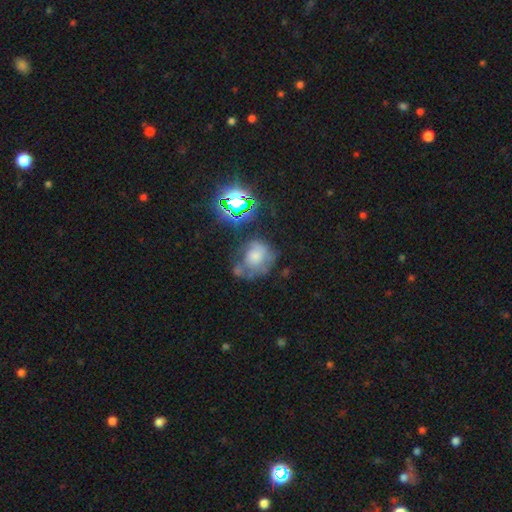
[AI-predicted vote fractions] Q: Smooth or featured?
A: smooth (48%); runner-up: featured or disk (32%)
Q: Merging?
A: none (35%); runner-up: minor disturbance (27%)